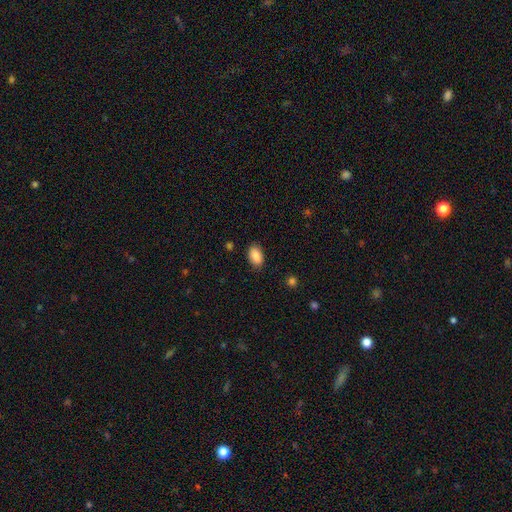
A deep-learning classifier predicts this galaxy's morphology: The model was most divided on "merging": none: 86%, minor disturbance: 11%, major disturbance: 3%, merger: 1%. More confident: how rounded — in between (92%); smooth or featured — smooth (88%).